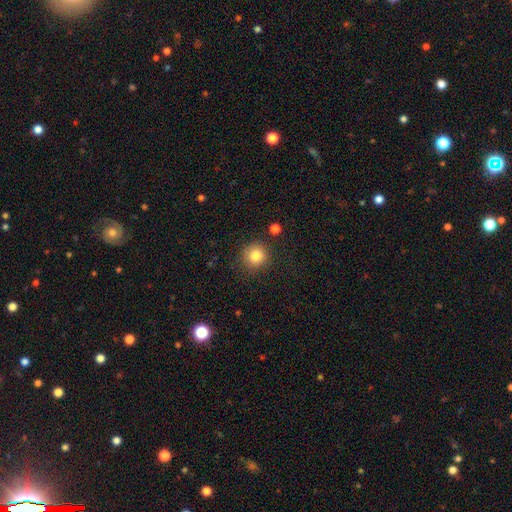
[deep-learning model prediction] Smooth or featured? Predicted: smooth (p=0.84). How rounded? Predicted: round (p=0.91). Merging? Predicted: none (p=0.86).